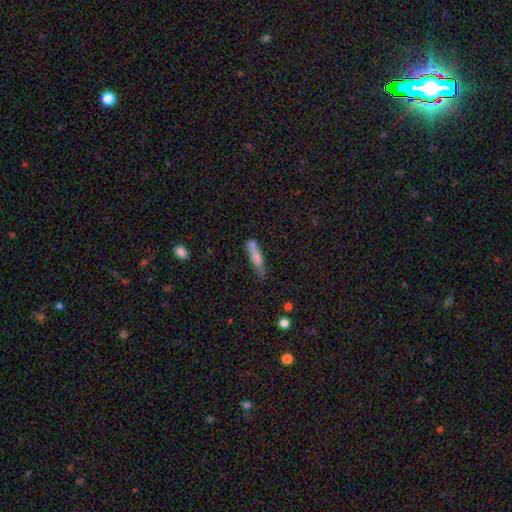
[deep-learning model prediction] Smooth or featured?
  - smooth: 68% *
  - featured or disk: 25%
  - star or artifact: 7%
How rounded?
  - cigar-shaped: 85% *
  - in between: 13%
  - round: 2%
Merging?
  - none: 60% *
  - minor disturbance: 24%
  - merger: 10%
  - major disturbance: 6%